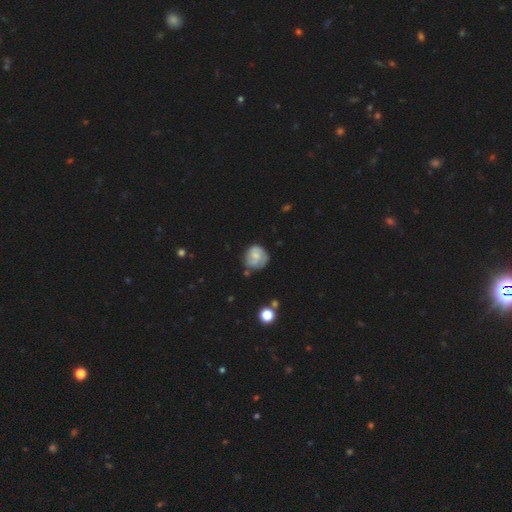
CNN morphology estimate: Smooth or featured: featured or disk — 53% (smooth — 40%)
Edge-on disk: no — 98% (yes — 2%)
Bar: no — 64% (weak — 31%)
Spiral arms: yes — 81% (no — 19%)
Bulge size: small — 50% (moderate — 35%)
Merging: none — 63% (minor disturbance — 25%)